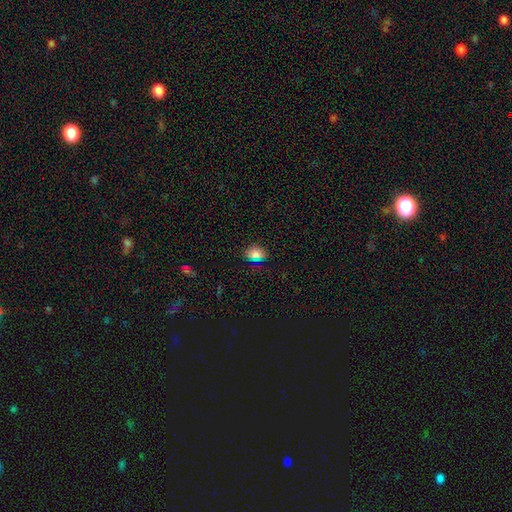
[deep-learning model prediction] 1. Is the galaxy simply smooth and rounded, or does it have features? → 71% smooth, 22% star or artifact, 6% featured or disk.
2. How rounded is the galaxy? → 59% in between, 39% round, 2% cigar-shaped.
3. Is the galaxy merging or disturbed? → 86% none, 10% minor disturbance, 3% major disturbance, 1% merger.